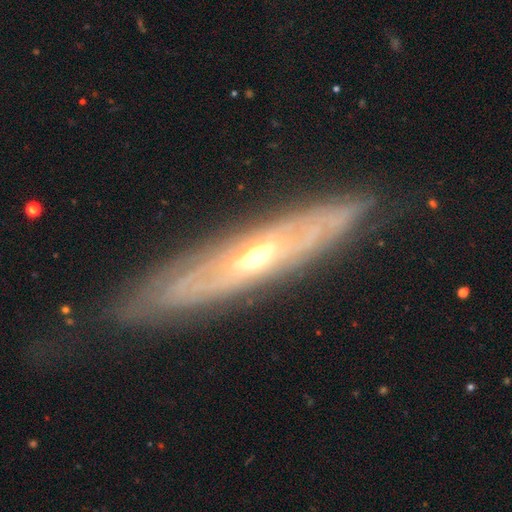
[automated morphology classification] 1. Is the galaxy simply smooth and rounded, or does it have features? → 82% featured or disk, 13% smooth, 6% star or artifact.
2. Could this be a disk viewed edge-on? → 53% no, 47% yes.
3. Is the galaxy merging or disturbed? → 82% none, 12% minor disturbance, 4% major disturbance, 1% merger.